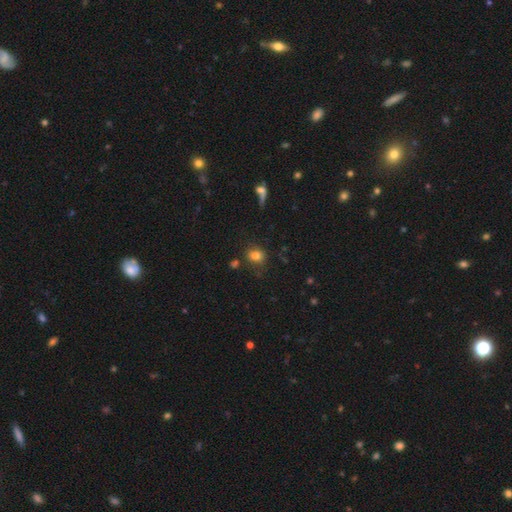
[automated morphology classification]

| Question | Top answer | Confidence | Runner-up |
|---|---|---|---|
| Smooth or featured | smooth | 80% | star or artifact (12%) |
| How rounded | round | 57% | in between (41%) |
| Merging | none | 75% | minor disturbance (15%) |